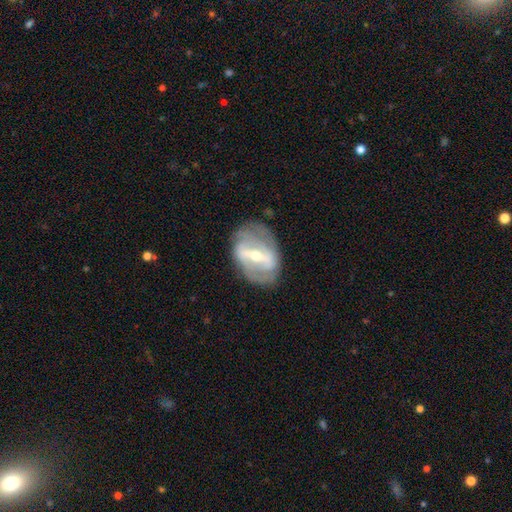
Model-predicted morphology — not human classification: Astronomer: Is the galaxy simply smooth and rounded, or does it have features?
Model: featured or disk — 81%.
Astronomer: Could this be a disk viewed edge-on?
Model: no — 93%.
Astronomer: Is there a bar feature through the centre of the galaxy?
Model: strong — 69%.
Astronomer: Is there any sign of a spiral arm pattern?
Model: yes — 71%.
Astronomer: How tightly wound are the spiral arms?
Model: tight — 41% (runner-up: medium, 39%).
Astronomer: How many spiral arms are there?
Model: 2 — 65%.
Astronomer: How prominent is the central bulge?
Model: moderate — 52% (runner-up: small, 43%).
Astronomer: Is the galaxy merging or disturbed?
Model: none — 71%.